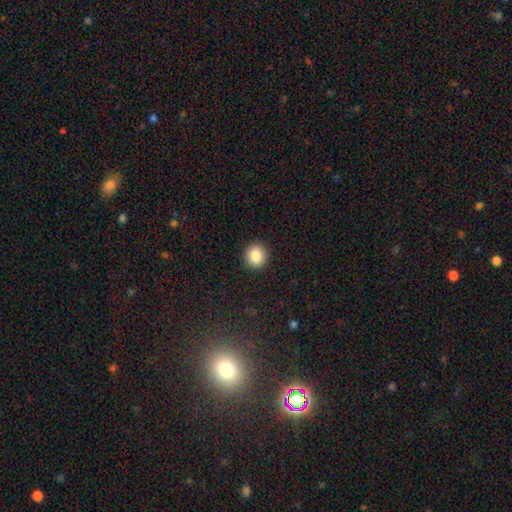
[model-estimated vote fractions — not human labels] A smooth galaxy with no disk features (86%) that is round (90%).

Vote fractions:
- Smooth or featured? smooth: 86% / star or artifact: 9% / featured or disk: 5%
- How rounded? round: 90% / in between: 9% / cigar-shaped: 1%
- Merging? none: 92% / minor disturbance: 5% / major disturbance: 2% / merger: 1%